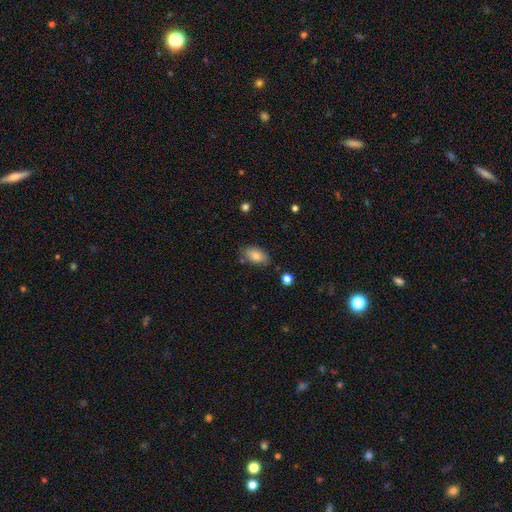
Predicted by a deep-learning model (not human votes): Q: Smooth or featured?
A: smooth (81%); runner-up: featured or disk (11%)
Q: How rounded?
A: in between (92%); runner-up: round (5%)
Q: Merging?
A: none (77%); runner-up: minor disturbance (17%)